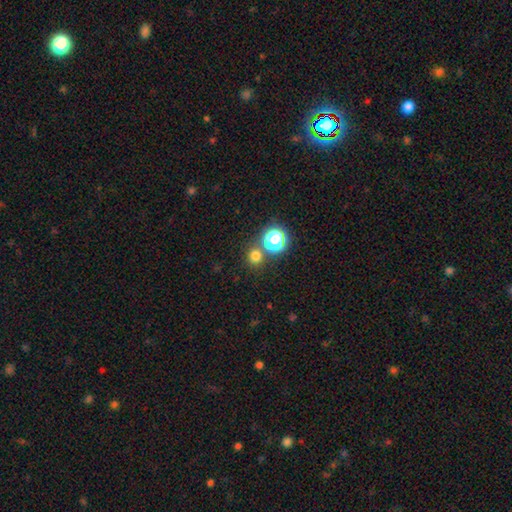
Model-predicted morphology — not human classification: Q: Smooth or featured?
A: smooth (72%); runner-up: star or artifact (22%)
Q: How rounded?
A: round (88%); runner-up: in between (11%)
Q: Merging?
A: none (74%); runner-up: merger (16%)